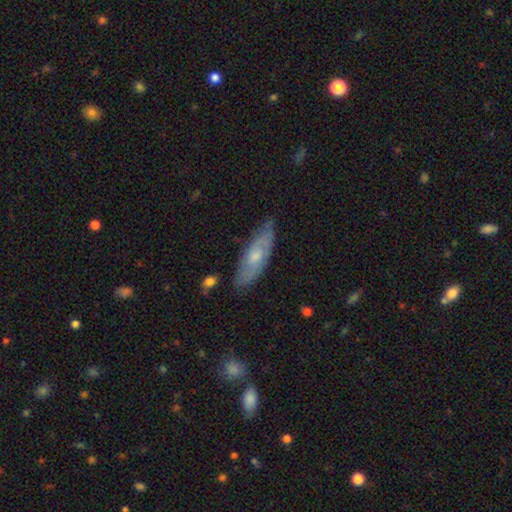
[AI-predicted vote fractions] Smooth or featured? featured or disk (52%)
Edge-on disk? no (69%)
Merging? none (75%)